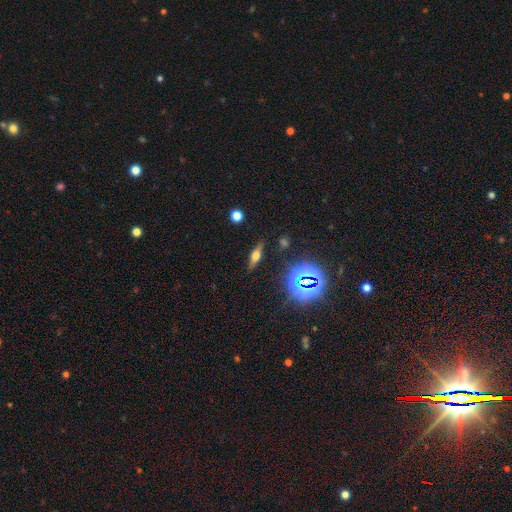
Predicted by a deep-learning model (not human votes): Overall: featured or disk (53%; smooth 30%). Edge-on disk: yes (92%). Merging: none (85%).